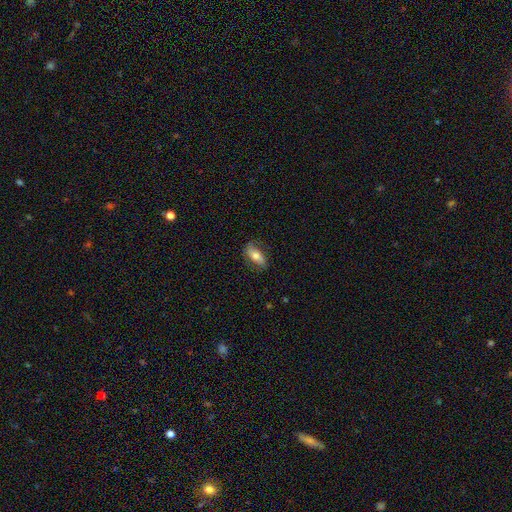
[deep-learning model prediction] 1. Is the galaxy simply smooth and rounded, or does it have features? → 61% smooth, 32% featured or disk, 7% star or artifact.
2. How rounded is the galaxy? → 84% in between, 12% cigar-shaped, 5% round.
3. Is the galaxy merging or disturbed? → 72% none, 20% minor disturbance, 7% major disturbance, 1% merger.